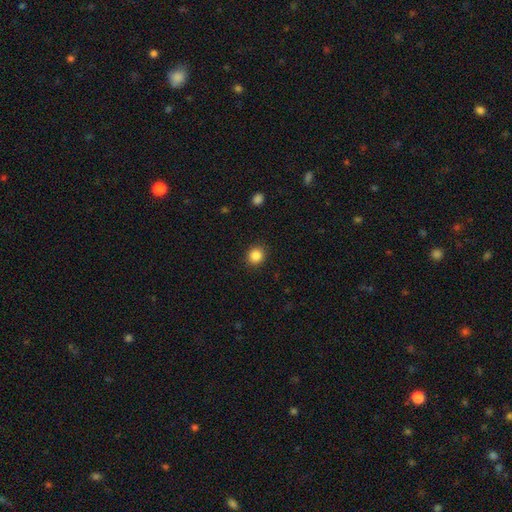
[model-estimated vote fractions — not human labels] Smooth or featured? Predicted: smooth (p=0.86). How rounded? Predicted: round (p=0.84). Merging? Predicted: none (p=0.90).